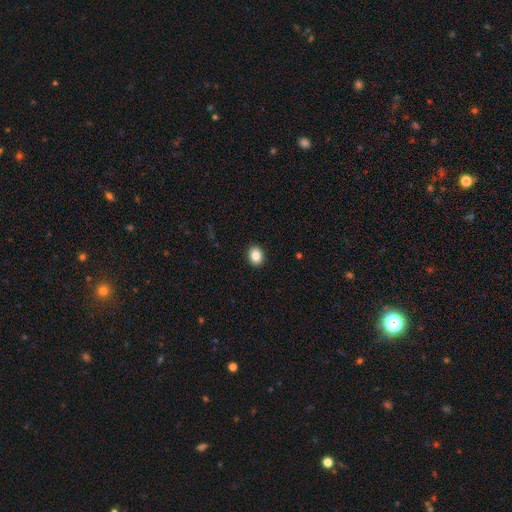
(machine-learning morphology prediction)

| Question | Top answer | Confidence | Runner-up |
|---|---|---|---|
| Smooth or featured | smooth | 86% | star or artifact (9%) |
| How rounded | round | 52% | in between (47%) |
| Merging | none | 92% | minor disturbance (6%) |